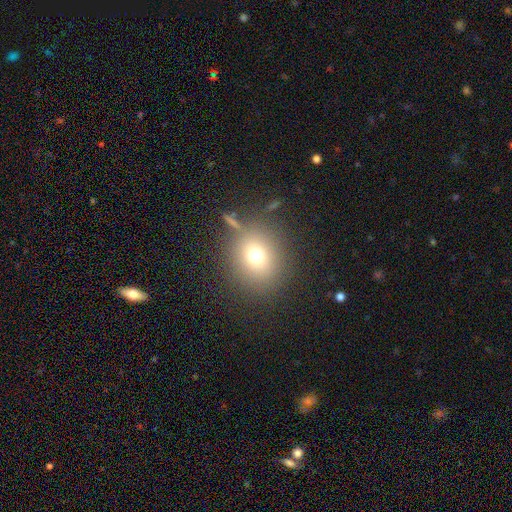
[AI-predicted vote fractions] Overall: smooth (70%). How rounded: round (78%). Merging: none (77%).